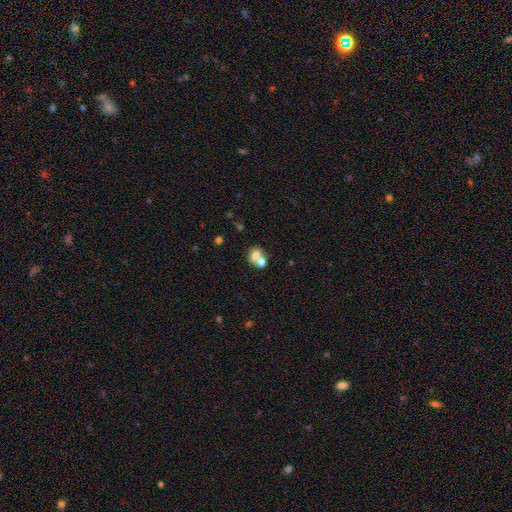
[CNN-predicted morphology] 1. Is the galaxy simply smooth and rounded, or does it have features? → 68% smooth, 19% featured or disk, 12% star or artifact.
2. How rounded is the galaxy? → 61% round, 38% in between, 1% cigar-shaped.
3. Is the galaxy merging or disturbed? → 49% merger, 39% none, 8% minor disturbance, 4% major disturbance.